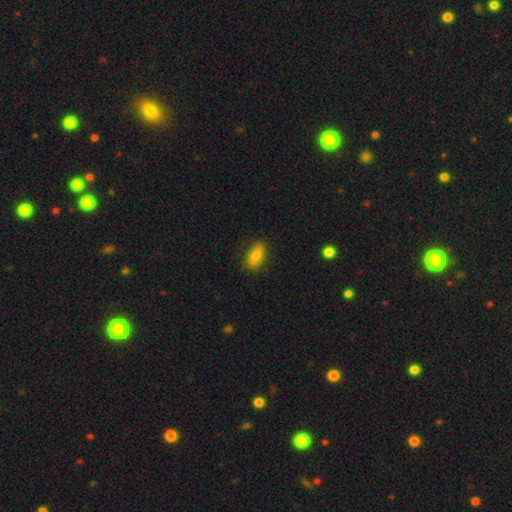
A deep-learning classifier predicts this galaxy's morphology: The model was most divided on "smooth or featured": smooth: 73%, featured or disk: 19%, star or artifact: 8%. More confident: how rounded — in between (85%); merging — none (79%).